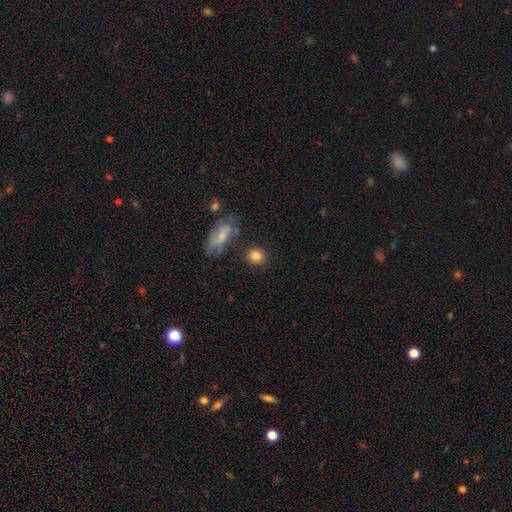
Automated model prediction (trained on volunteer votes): Smooth or featured: smooth — 82% (star or artifact — 10%)
How rounded: round — 82% (in between — 17%)
Merging: none — 82% (minor disturbance — 10%)